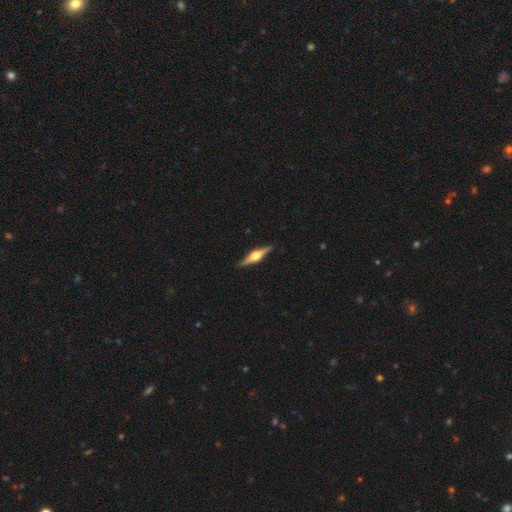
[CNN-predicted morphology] A featured or disk galaxy (82%) viewed edge-on (98%) with a rounded central bulge (93%). Merging: none (91%).